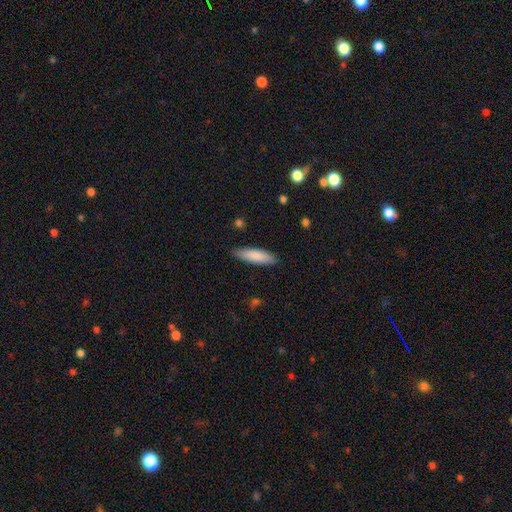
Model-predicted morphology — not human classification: A smooth galaxy with no disk features (85%) that is cigar-shaped (62%).

Vote fractions:
- Smooth or featured? smooth: 85% / featured or disk: 10% / star or artifact: 5%
- How rounded? cigar-shaped: 62% / in between: 37% / round: 1%
- Merging? none: 87% / minor disturbance: 10% / major disturbance: 2% / merger: 1%